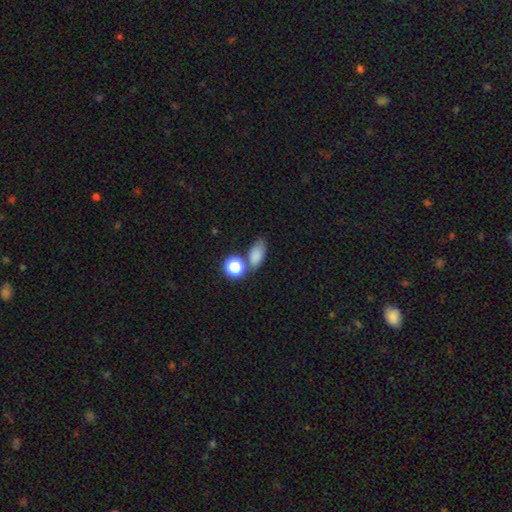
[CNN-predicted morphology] smooth_or_featured: smooth (p=0.78) [alt: star or artifact p=0.15]
how_rounded: in between (p=0.79) [alt: round p=0.16]
merging: none (p=0.58) [alt: merger p=0.19]